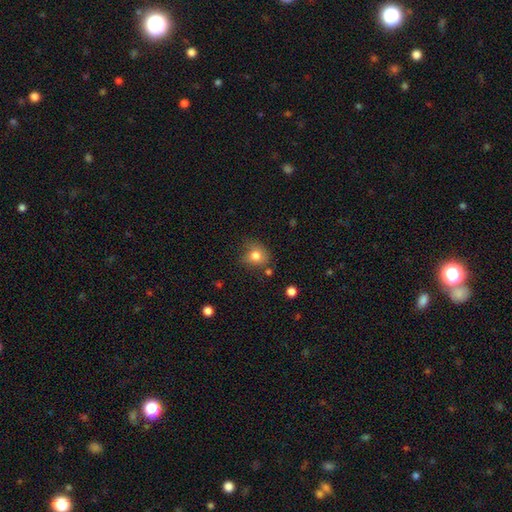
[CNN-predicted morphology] Smooth or featured? Predicted: smooth (p=0.80). How rounded? Predicted: round (p=0.67). Merging? Predicted: none (p=0.60).